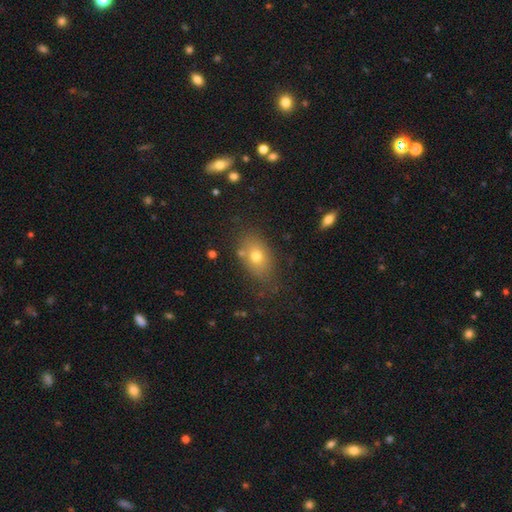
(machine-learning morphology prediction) Q: Smooth or featured?
A: smooth (68%); runner-up: featured or disk (18%)
Q: How rounded?
A: in between (79%); runner-up: round (18%)
Q: Merging?
A: none (73%); runner-up: minor disturbance (16%)